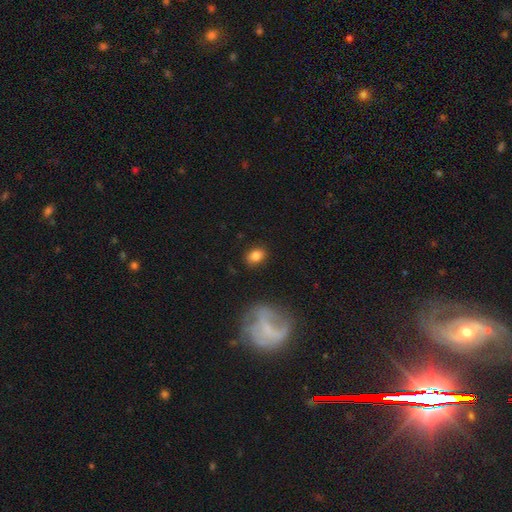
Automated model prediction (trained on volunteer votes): Q: Smooth or featured?
A: smooth (82%); runner-up: star or artifact (9%)
Q: How rounded?
A: in between (63%); runner-up: round (36%)
Q: Merging?
A: none (86%); runner-up: minor disturbance (10%)